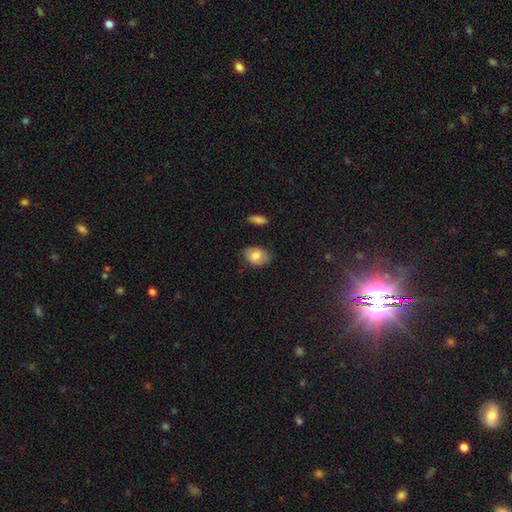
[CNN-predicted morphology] A smooth galaxy with no disk features (76%) that is in between round and cigar-shaped (81%). Merging: none (74%).